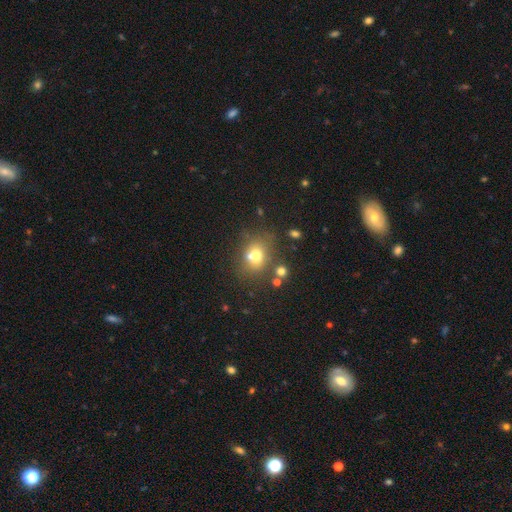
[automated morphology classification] Smooth or featured: smooth — 67% (featured or disk — 19%)
How rounded: round — 58% (in between — 41%)
Merging: none — 52% (merger — 27%)